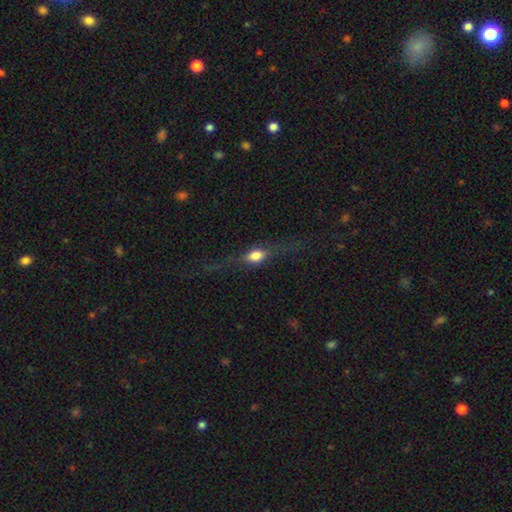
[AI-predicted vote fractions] Smooth or featured? featured or disk (48%)
Merging? none (70%)